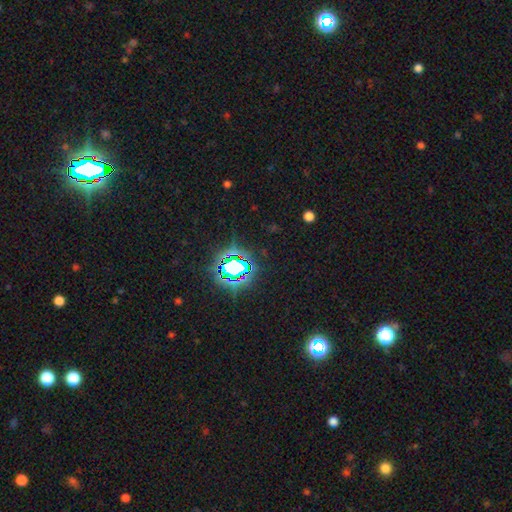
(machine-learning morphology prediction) Smooth or featured? star or artifact (82%)